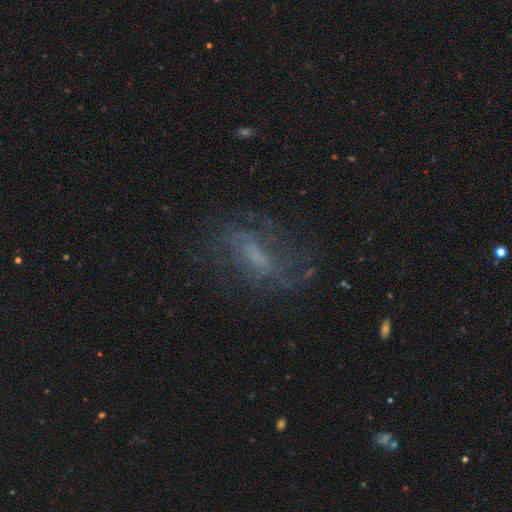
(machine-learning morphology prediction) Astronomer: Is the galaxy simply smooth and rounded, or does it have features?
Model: featured or disk — 61%.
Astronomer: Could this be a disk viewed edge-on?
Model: no — 91%.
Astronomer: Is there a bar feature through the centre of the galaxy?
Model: weak — 45% (runner-up: no, 38%).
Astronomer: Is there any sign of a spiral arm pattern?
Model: yes — 73%.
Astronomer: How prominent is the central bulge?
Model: small — 35% (runner-up: moderate, 29%).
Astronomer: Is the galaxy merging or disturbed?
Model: none — 64%.